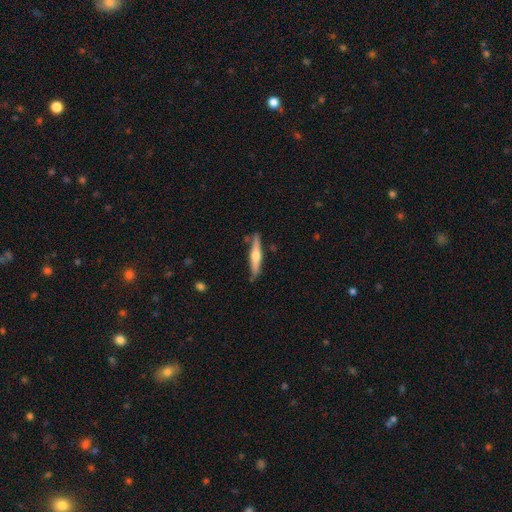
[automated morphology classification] Smooth or featured: featured or disk — 59% (smooth — 36%)
Edge-on disk: yes — 96% (no — 4%)
Edge-on bulge: rounded — 89% (none — 6%)
Merging: none — 82% (minor disturbance — 13%)